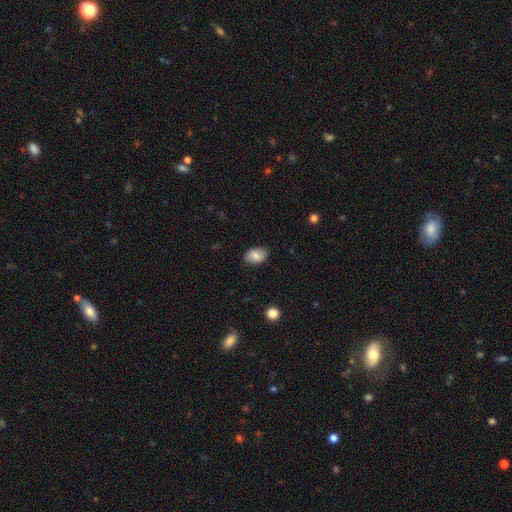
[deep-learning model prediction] Smooth or featured: smooth — 77% (featured or disk — 15%)
How rounded: in between — 85% (round — 13%)
Merging: none — 82% (minor disturbance — 14%)